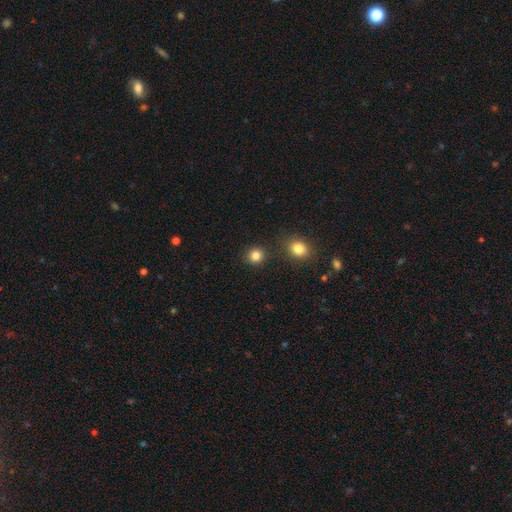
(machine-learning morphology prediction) A smooth galaxy with no disk features (83%) that is round (90%).

Vote fractions:
- Smooth or featured? smooth: 83% / star or artifact: 12% / featured or disk: 4%
- How rounded? round: 90% / in between: 9% / cigar-shaped: 1%
- Merging? none: 87% / minor disturbance: 6% / merger: 5% / major disturbance: 2%